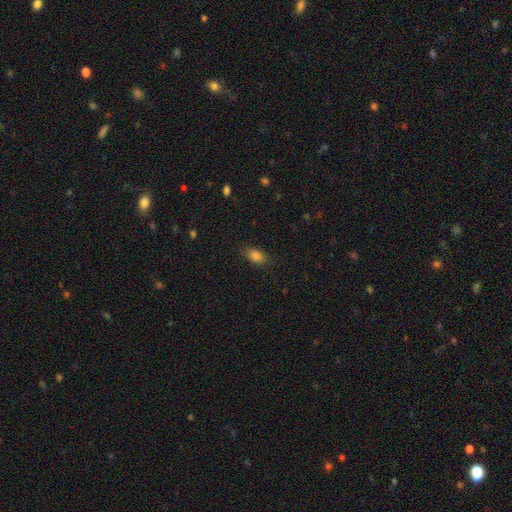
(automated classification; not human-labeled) The model was most divided on "merging": none: 82%, minor disturbance: 13%, major disturbance: 4%, merger: 1%. More confident: how rounded — in between (87%); smooth or featured — smooth (84%).